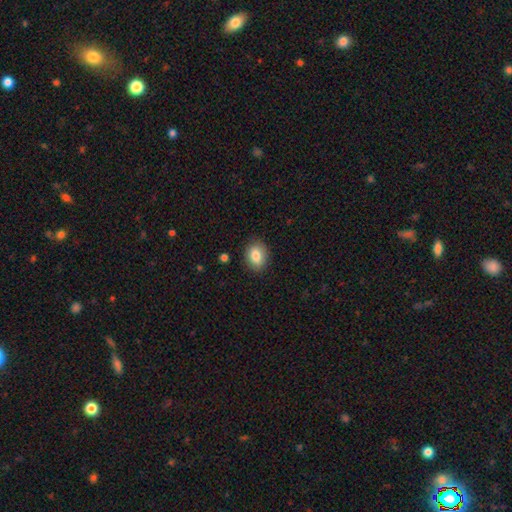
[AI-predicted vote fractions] Smooth or featured? Predicted: smooth (p=0.83). How rounded? Predicted: in between (p=0.65). Merging? Predicted: none (p=0.87).